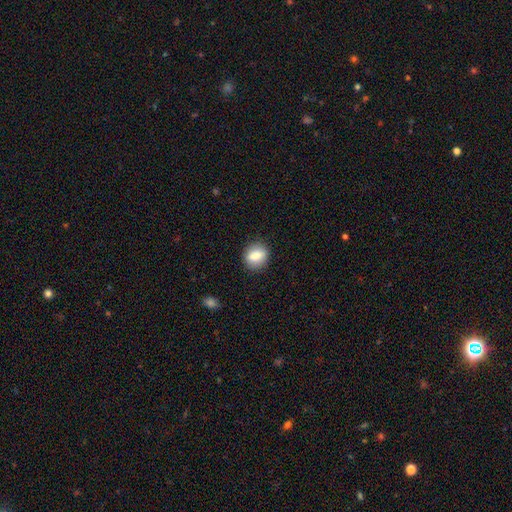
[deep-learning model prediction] A smooth galaxy with no disk features (82%) that is round (54%). Merging: none (87%).